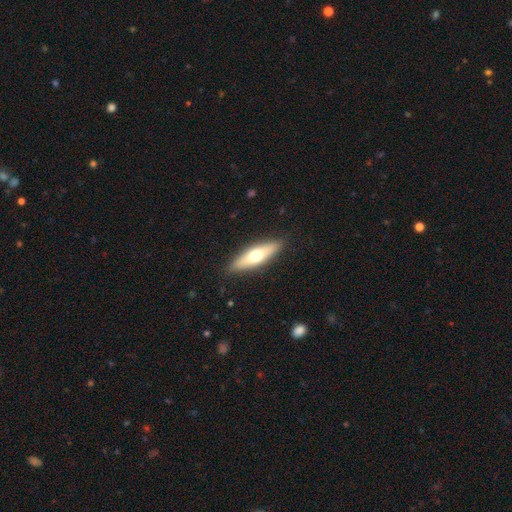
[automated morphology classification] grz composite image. It shows a smooth galaxy with no disk features (55%) that is cigar-shaped (57%). Merging: none (88%).